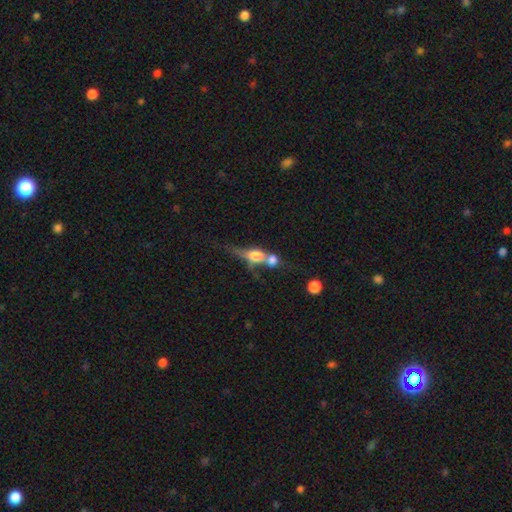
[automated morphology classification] Smooth or featured? Predicted: smooth (p=0.52). How rounded? Predicted: in between (p=0.47). Merging? Predicted: merger (p=0.58).